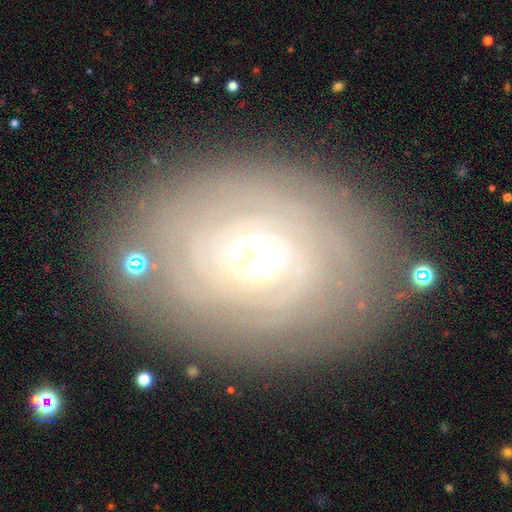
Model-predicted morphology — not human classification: smooth-or-featured: featured or disk: 80% | smooth: 14% | star or artifact: 6%
  disk-edge-on: no: 96% | yes: 4%
    bar: no: 68% | weak: 24% | strong: 8%
    has-spiral-arms: yes: 88% | no: 12%
      spiral-winding: tight: 86% | medium: 11% | loose: 4%
      spiral-arm-count: can't tell: 47% | more than 4: 14% | 4: 12% | 2: 11% | 3: 10% | 1: 6%
    bulge-size: moderate: 62% | small: 29% | large: 7% | dominant: 1% | none: 1%
  merging: none: 82% | minor disturbance: 12% | major disturbance: 4% | merger: 2%